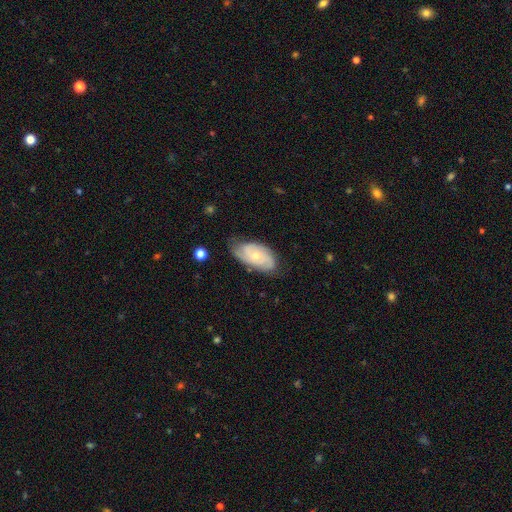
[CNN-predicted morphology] This appears to be a featured or disk galaxy (65%) with no bar (76%), 2 (38%) tight (54%) spiral arms (89%) and a small central bulge (56%). Merging: none (66%).